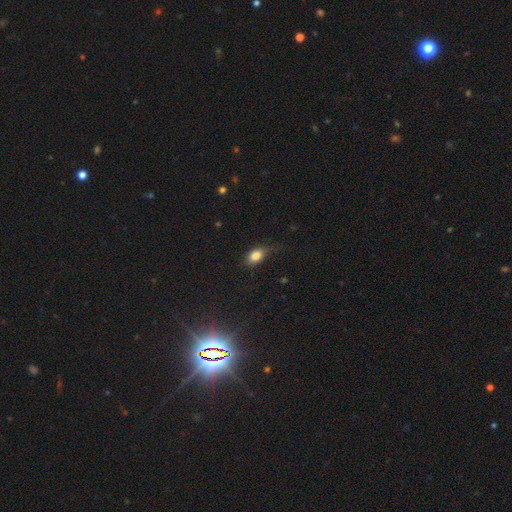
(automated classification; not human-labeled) Morphology: type=smooth (82%); roundness=in between (84%); merging=none (65%).